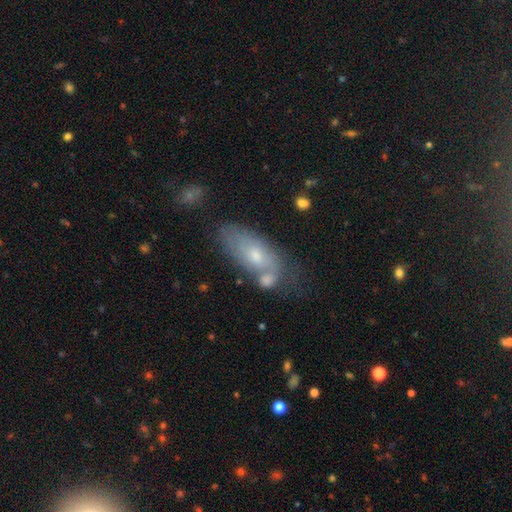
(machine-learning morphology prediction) Smooth or featured: smooth — 54% (featured or disk — 38%)
How rounded: in between — 84% (cigar-shaped — 13%)
Merging: none — 46% (minor disturbance — 23%)